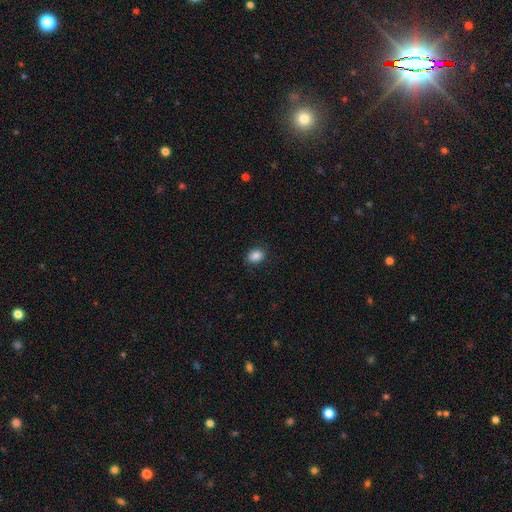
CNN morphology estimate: smooth_or_featured: smooth (p=0.87) [alt: star or artifact p=0.09]
how_rounded: in between (p=0.65) [alt: round p=0.34]
merging: none (p=0.85) [alt: minor disturbance p=0.11]